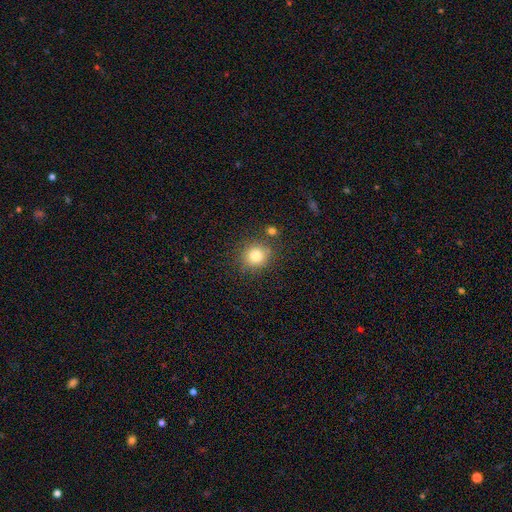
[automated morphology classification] Smooth or featured?
  - smooth: 81% *
  - star or artifact: 12%
  - featured or disk: 7%
How rounded?
  - round: 87% *
  - in between: 12%
  - cigar-shaped: 1%
Merging?
  - none: 81% *
  - minor disturbance: 10%
  - merger: 6%
  - major disturbance: 3%